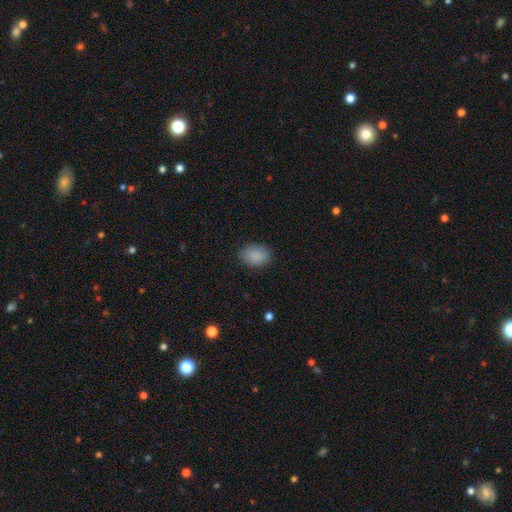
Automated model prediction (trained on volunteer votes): Overall: smooth (88%). How rounded: in between (74%). Merging: none (85%).